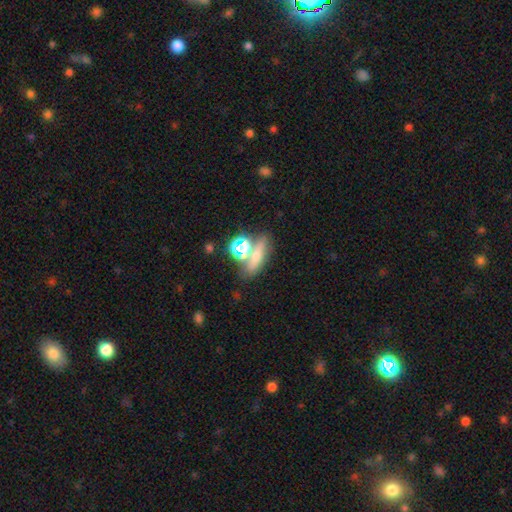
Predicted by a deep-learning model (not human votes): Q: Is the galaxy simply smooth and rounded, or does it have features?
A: smooth — 57%.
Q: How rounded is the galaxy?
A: in between — 43%.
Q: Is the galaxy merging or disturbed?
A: none — 60%.